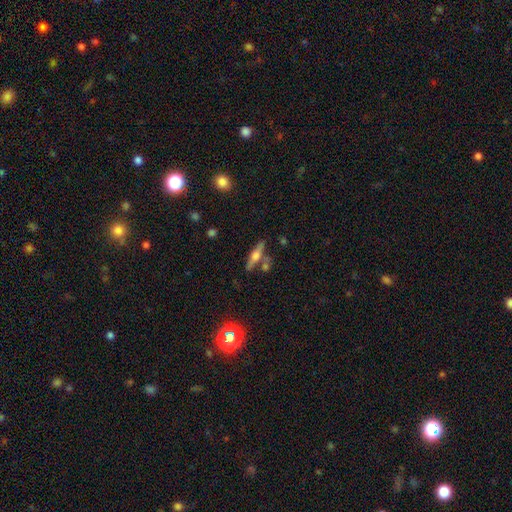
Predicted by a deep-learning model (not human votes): Smooth or featured? featured or disk (62%)
Edge-on disk? yes (94%)
Edge-on bulge? rounded (90%)
Merging? none (69%)